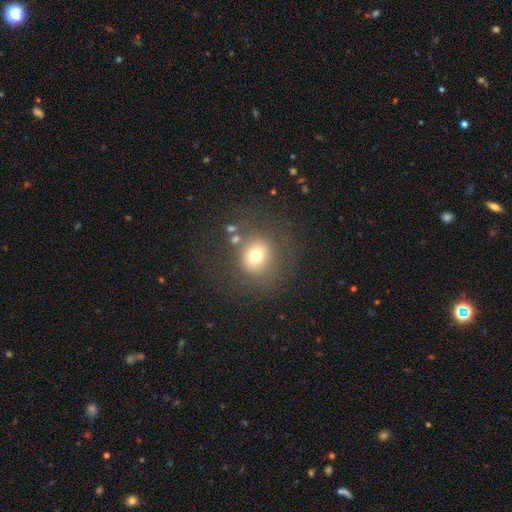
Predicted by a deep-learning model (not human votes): Smooth or featured?
  - smooth: 71% *
  - star or artifact: 15%
  - featured or disk: 14%
How rounded?
  - round: 79% *
  - in between: 20%
  - cigar-shaped: 1%
Merging?
  - none: 69% *
  - minor disturbance: 14%
  - major disturbance: 11%
  - merger: 6%